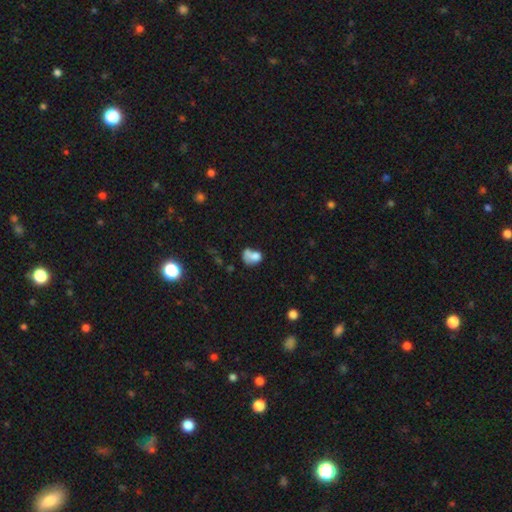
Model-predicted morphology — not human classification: Smooth or featured? Predicted: smooth (p=0.68). How rounded? Predicted: in between (p=0.60). Merging? Predicted: merger (p=0.44).